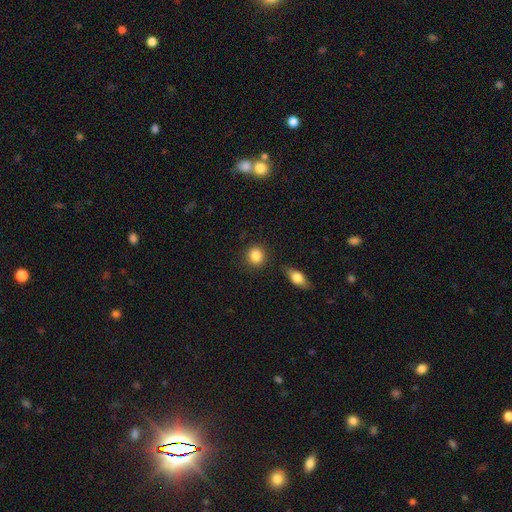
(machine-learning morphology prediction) smooth-or-featured: smooth: 86% | star or artifact: 8% | featured or disk: 6%
  how-rounded: round: 84% | in between: 15% | cigar-shaped: 1%
  merging: none: 86% | minor disturbance: 8% | merger: 4% | major disturbance: 2%